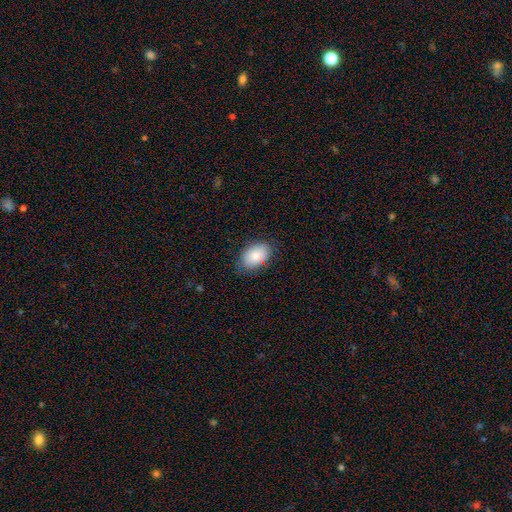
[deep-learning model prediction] smooth_or_featured: smooth (p=0.86) [alt: featured or disk p=0.07]
how_rounded: in between (p=0.88) [alt: round p=0.10]
merging: none (p=0.80) [alt: minor disturbance p=0.15]